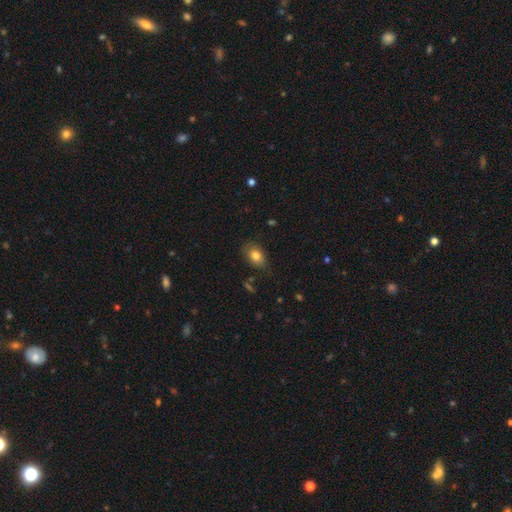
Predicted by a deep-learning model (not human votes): Smooth or featured? smooth (80%)
How rounded? in between (78%)
Merging? none (75%)